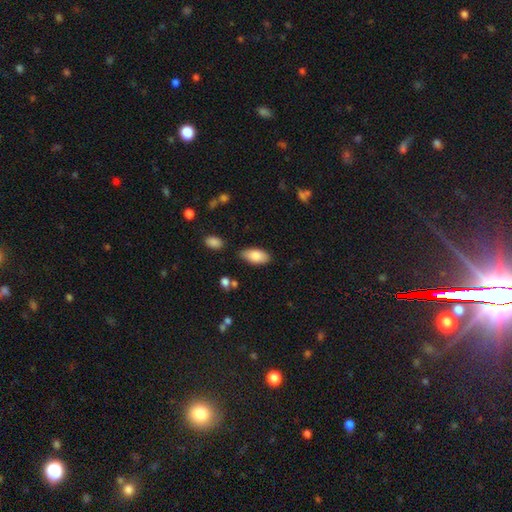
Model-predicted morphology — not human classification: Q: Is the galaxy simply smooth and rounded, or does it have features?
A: smooth — 84%.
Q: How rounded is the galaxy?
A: in between — 91%.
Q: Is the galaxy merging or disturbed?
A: none — 80%.